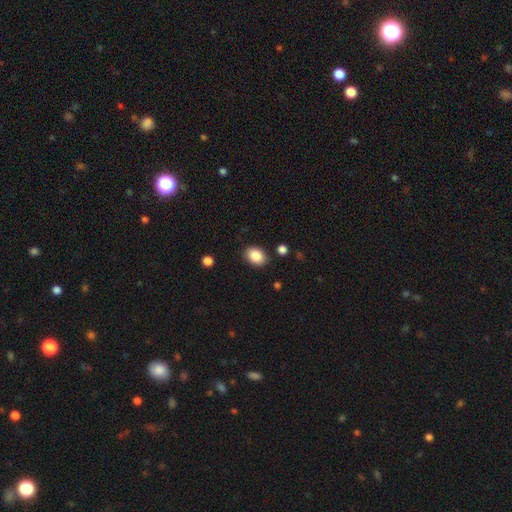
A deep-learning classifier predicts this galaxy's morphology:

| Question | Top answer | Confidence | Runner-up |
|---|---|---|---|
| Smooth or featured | smooth | 87% | star or artifact (8%) |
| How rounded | in between | 70% | round (29%) |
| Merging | none | 86% | minor disturbance (10%) |